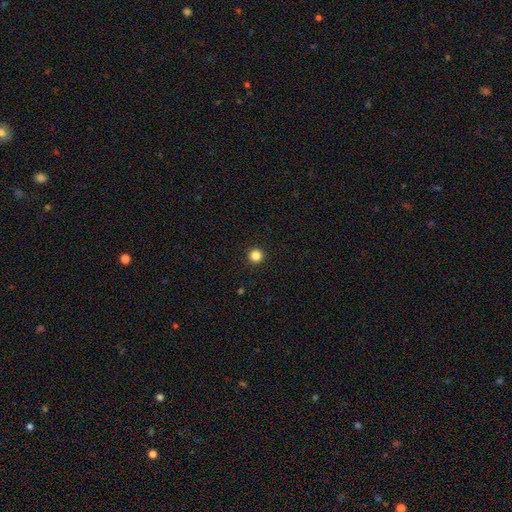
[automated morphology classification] Q: Smooth or featured?
A: smooth (84%); runner-up: star or artifact (12%)
Q: How rounded?
A: round (96%); runner-up: in between (3%)
Q: Merging?
A: none (94%); runner-up: minor disturbance (4%)